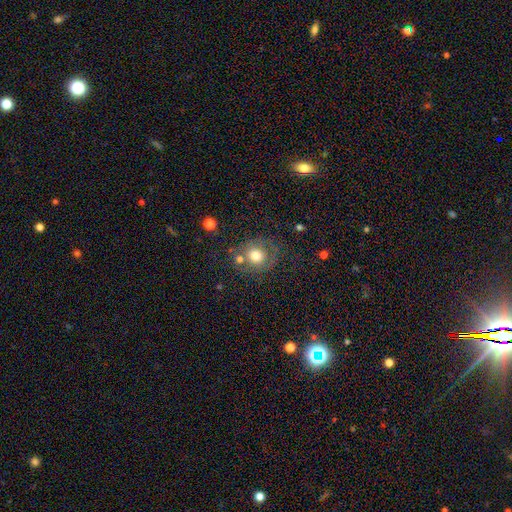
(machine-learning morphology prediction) A smooth galaxy with no disk features (70%) that is round (82%).

Vote fractions:
- Smooth or featured? smooth: 70% / featured or disk: 18% / star or artifact: 12%
- How rounded? round: 82% / in between: 17% / cigar-shaped: 1%
- Merging? none: 63% / minor disturbance: 17% / merger: 11% / major disturbance: 10%